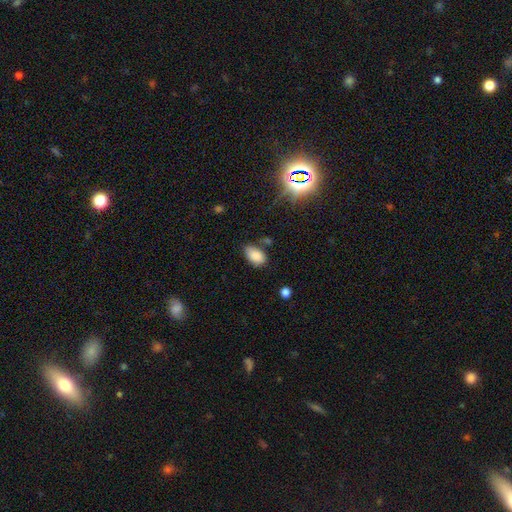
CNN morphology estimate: Smooth or featured? smooth (84%)
How rounded? in between (91%)
Merging? none (62%)